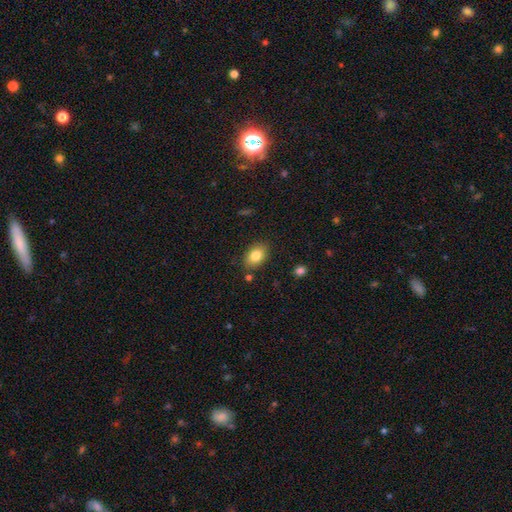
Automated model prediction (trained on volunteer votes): smooth-or-featured: smooth: 82% | featured or disk: 10% | star or artifact: 8%
  how-rounded: in between: 83% | round: 16% | cigar-shaped: 1%
  merging: none: 83% | minor disturbance: 12% | merger: 3% | major disturbance: 3%